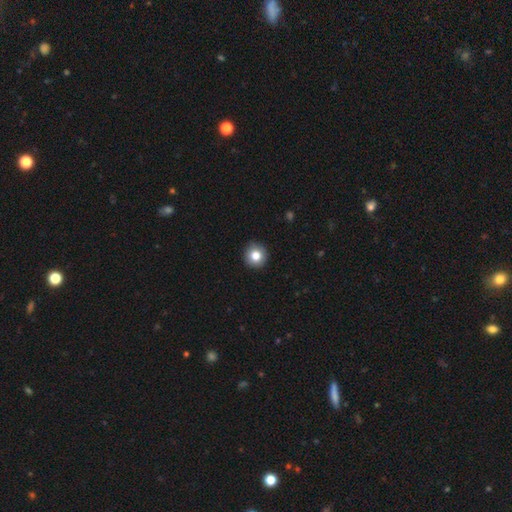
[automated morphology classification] type=smooth (82%); roundness=round (93%); merging=none (91%).